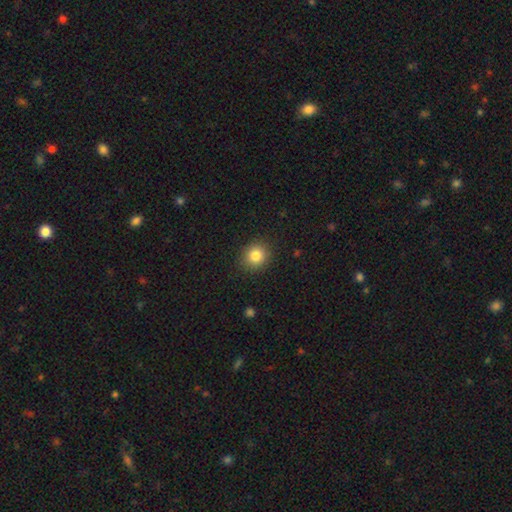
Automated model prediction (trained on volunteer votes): The model was most divided on "how rounded": round: 83%, in between: 16%, cigar-shaped: 1%. More confident: merging — none (90%); smooth or featured — smooth (83%).